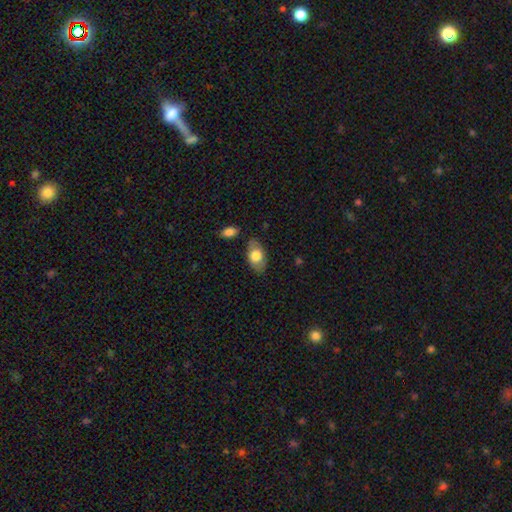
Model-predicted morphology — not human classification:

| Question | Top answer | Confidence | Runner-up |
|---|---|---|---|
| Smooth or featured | smooth | 73% | featured or disk (21%) |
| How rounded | in between | 92% | round (6%) |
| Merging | none | 79% | minor disturbance (14%) |